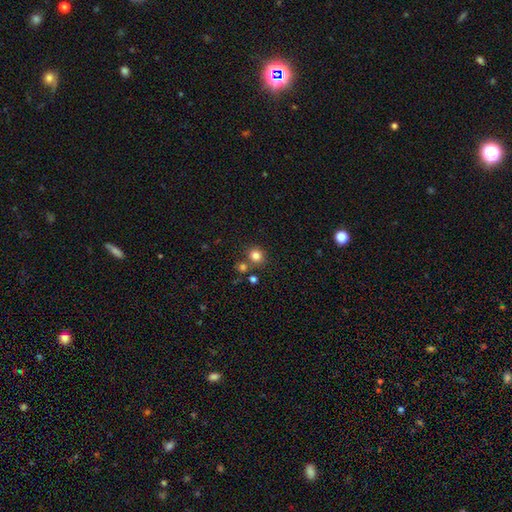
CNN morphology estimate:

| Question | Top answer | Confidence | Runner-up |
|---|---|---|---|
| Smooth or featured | smooth | 81% | star or artifact (13%) |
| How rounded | round | 87% | in between (12%) |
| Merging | none | 74% | merger (14%) |